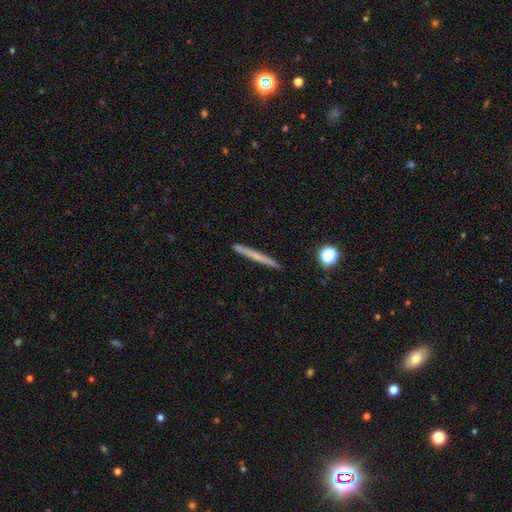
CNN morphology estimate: Overall: smooth (53%; featured or disk 40%). How rounded: cigar-shaped (96%). Merging: none (91%).